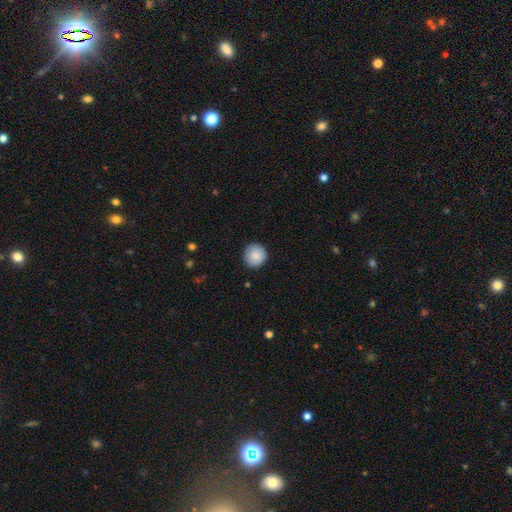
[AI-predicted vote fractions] The model was most divided on "smooth or featured": smooth: 86%, star or artifact: 7%, featured or disk: 7%. More confident: how rounded — round (94%); merging — none (90%).